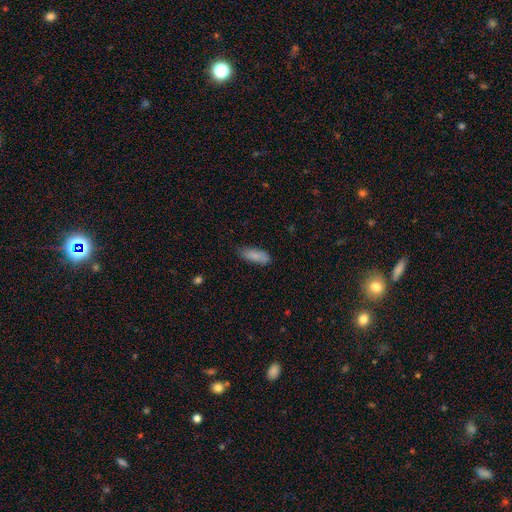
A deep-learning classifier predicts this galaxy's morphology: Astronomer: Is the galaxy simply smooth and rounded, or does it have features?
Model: smooth — 84%.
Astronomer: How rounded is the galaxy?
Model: in between — 73%.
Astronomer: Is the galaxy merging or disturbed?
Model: none — 68%.